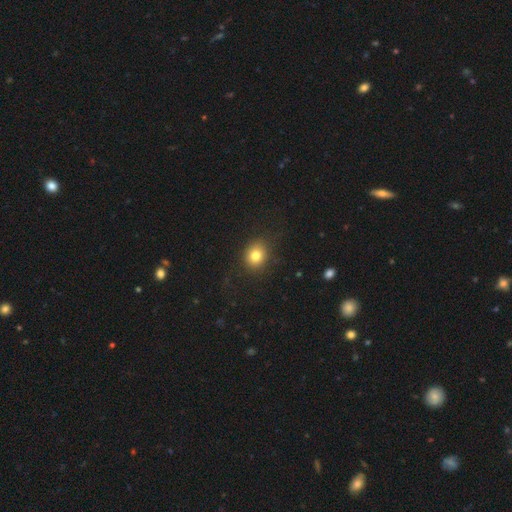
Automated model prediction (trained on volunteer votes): smooth-or-featured: smooth: 80% | star or artifact: 12% | featured or disk: 8%
  how-rounded: round: 69% | in between: 30% | cigar-shaped: 1%
  merging: none: 85% | minor disturbance: 10% | major disturbance: 4% | merger: 1%